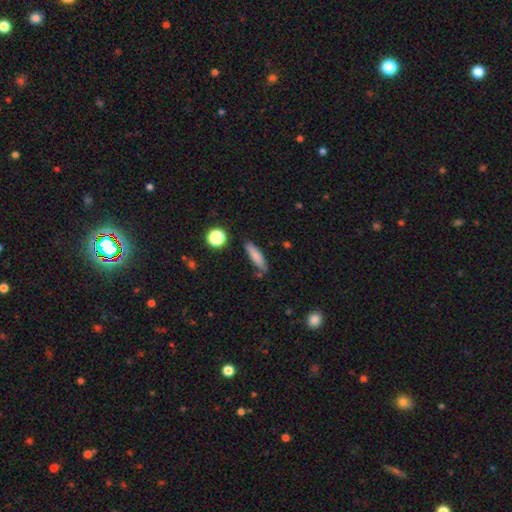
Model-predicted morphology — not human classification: Smooth or featured? smooth (80%)
How rounded? cigar-shaped (73%)
Merging? none (79%)